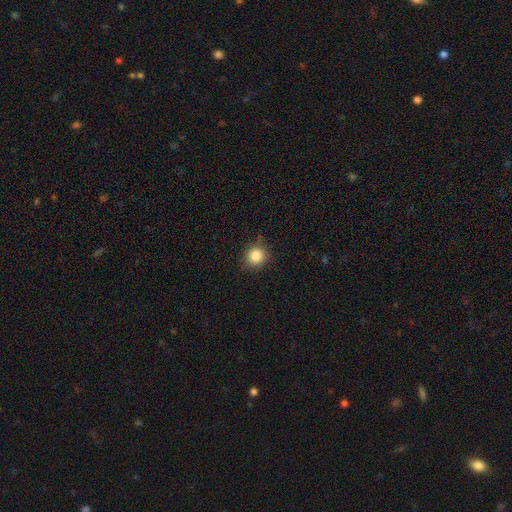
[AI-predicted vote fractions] A smooth galaxy with no disk features (85%) that is round (91%).

Vote fractions:
- Smooth or featured? smooth: 85% / star or artifact: 11% / featured or disk: 5%
- How rounded? round: 91% / in between: 8% / cigar-shaped: 1%
- Merging? none: 87% / minor disturbance: 9% / major disturbance: 2% / merger: 1%